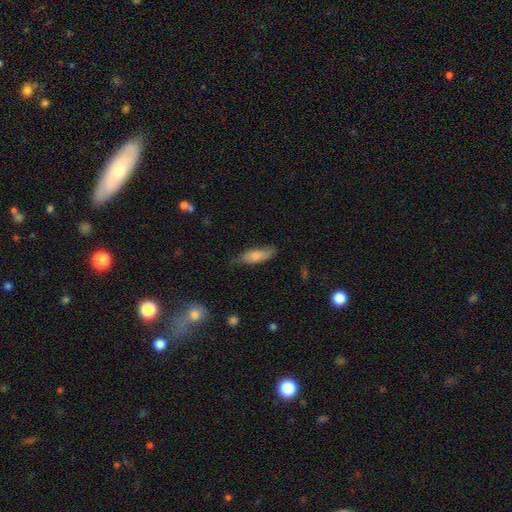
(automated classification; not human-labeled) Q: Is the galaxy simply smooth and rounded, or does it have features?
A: smooth — 66%.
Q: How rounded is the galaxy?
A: in between — 65%.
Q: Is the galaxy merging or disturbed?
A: none — 61%.